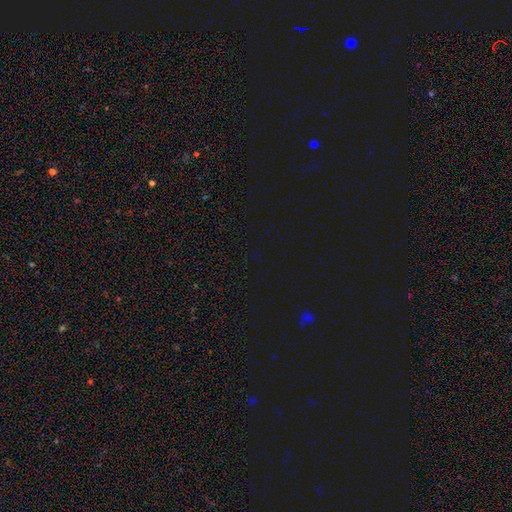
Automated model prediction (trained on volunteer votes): A star or artifact, not a galaxy (76%).